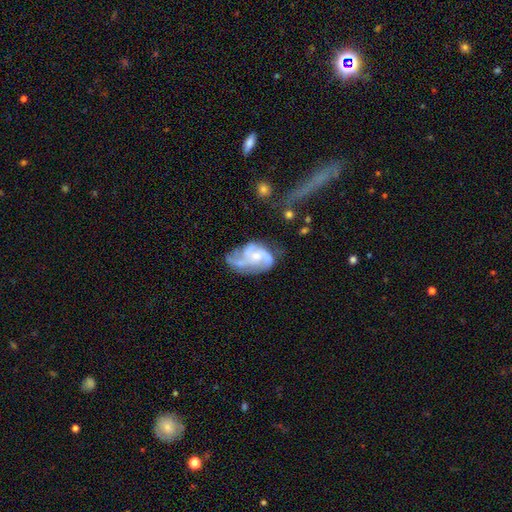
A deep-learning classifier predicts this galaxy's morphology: The model was most divided on "bulge size": small: 43%, moderate: 34%, none: 17%, large: 4%, dominant: 1%. Remaining: edge-on disk — no (97%); spiral arms — yes (87%); smooth or featured — featured or disk (77%); bar — no (65%); spiral winding — medium (45%); merging — none (42%); spiral arm count — 3 (38%).